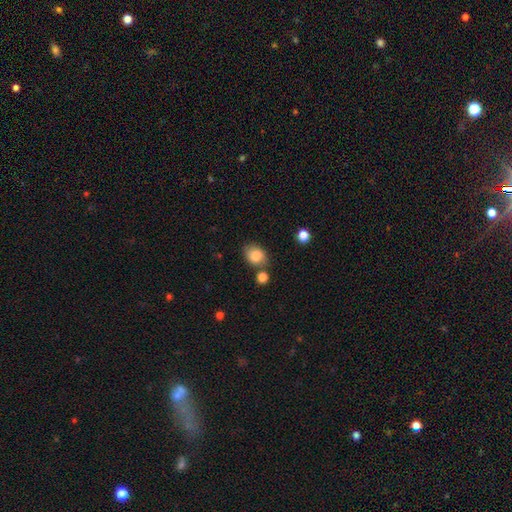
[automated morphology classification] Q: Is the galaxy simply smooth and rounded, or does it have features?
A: smooth — 83%.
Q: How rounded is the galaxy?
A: in between — 59%.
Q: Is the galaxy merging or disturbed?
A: none — 71%.